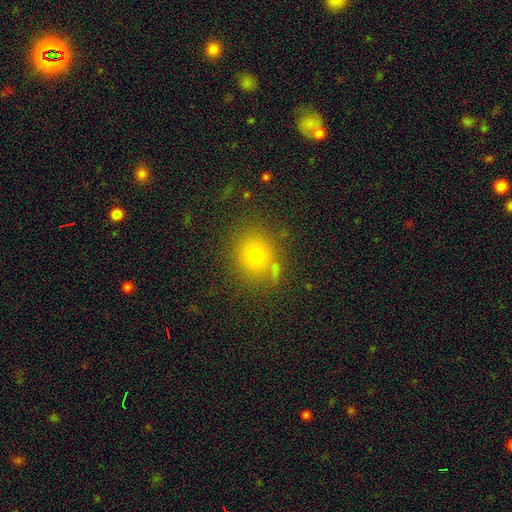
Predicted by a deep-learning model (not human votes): A smooth galaxy with no disk features (70%) that is round (80%).

Vote fractions:
- Smooth or featured? smooth: 70% / star or artifact: 18% / featured or disk: 11%
- How rounded? round: 80% / in between: 19% / cigar-shaped: 1%
- Merging? none: 77% / minor disturbance: 12% / merger: 7% / major disturbance: 5%